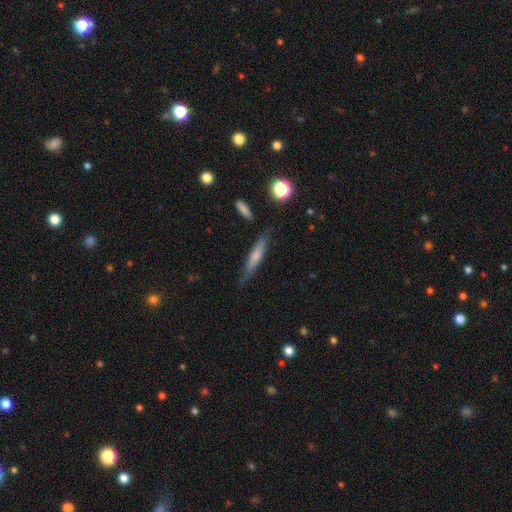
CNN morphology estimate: Smooth or featured: smooth — 60% (featured or disk — 33%)
How rounded: cigar-shaped — 88% (in between — 10%)
Merging: none — 76% (minor disturbance — 17%)